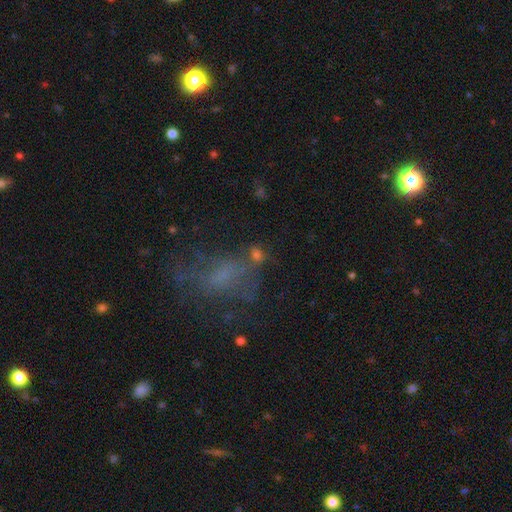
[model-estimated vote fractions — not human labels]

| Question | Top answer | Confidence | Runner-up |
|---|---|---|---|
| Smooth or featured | smooth | 41% | featured or disk (32%) |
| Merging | none | 41% | major disturbance (30%) |